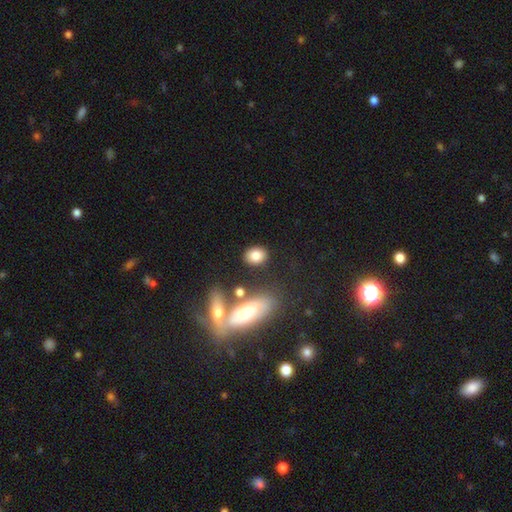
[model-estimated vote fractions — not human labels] Smooth or featured?
  - smooth: 81% *
  - featured or disk: 11%
  - star or artifact: 8%
How rounded?
  - in between: 60% *
  - round: 38%
  - cigar-shaped: 2%
Merging?
  - none: 77% *
  - minor disturbance: 11%
  - merger: 9%
  - major disturbance: 4%